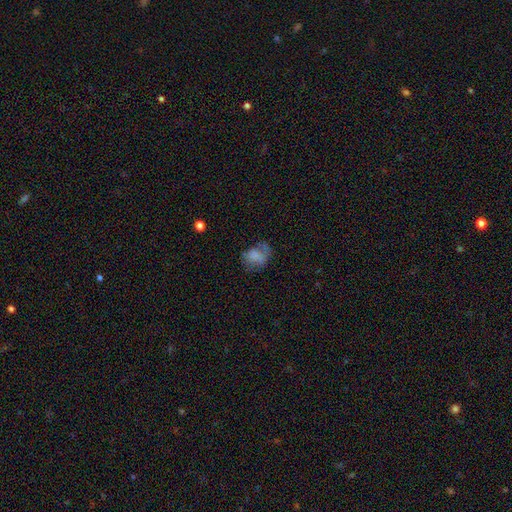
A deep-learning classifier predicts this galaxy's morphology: smooth 63%, featured or disk 25%, star or artifact 11%. Down the decision tree: how rounded — in between (61%); merging — none (40%).